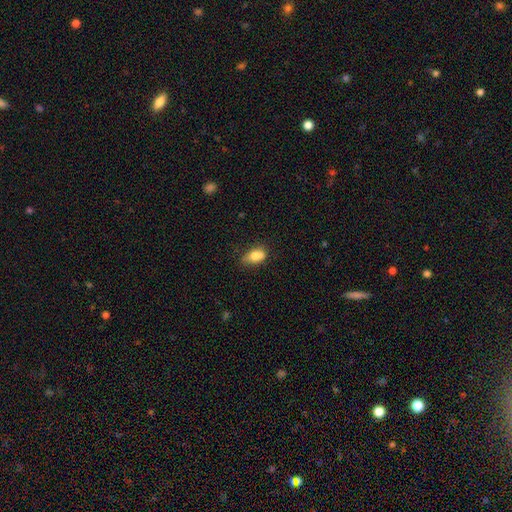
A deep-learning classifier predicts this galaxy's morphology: smooth-or-featured: smooth: 78% | featured or disk: 14% | star or artifact: 8%
  how-rounded: in between: 84% | round: 11% | cigar-shaped: 6%
  merging: none: 56% | minor disturbance: 29% | merger: 9% | major disturbance: 7%